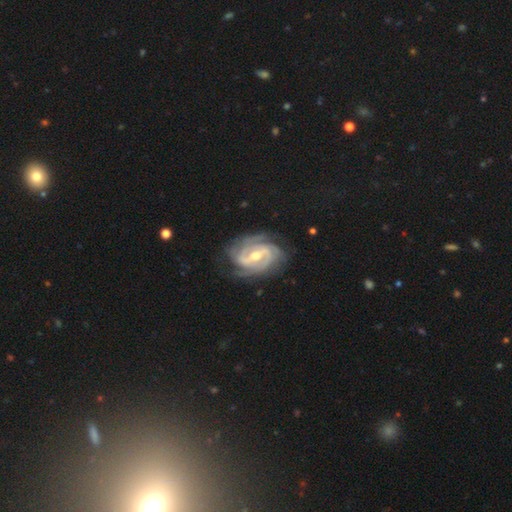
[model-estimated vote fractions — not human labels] smooth_or_featured: featured or disk (p=0.92) [alt: smooth p=0.04]
disk_edge_on: no (p=0.97) [alt: yes p=0.03]
bar: weak (p=0.44) [alt: strong p=0.41]
has_spiral_arms: yes (p=0.98) [alt: no p=0.02]
spiral_winding: tight (p=0.65) [alt: medium p=0.30]
spiral_arm_count: 3 (p=0.33) [alt: 2 p=0.32]
bulge_size: moderate (p=0.65) [alt: small p=0.31]
merging: none (p=0.76) [alt: minor disturbance p=0.17]